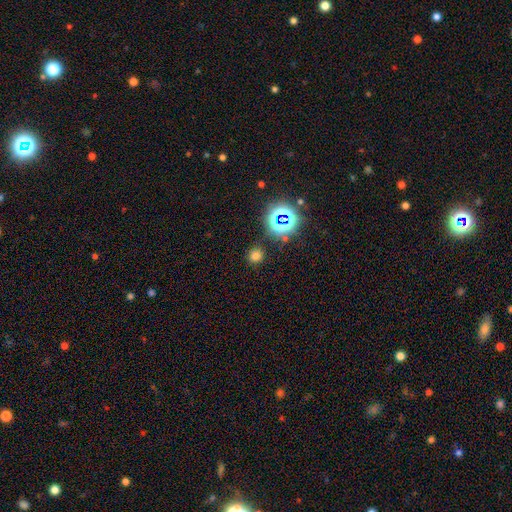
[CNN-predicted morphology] smooth_or_featured: smooth (p=0.68) [alt: star or artifact p=0.27]
how_rounded: round (p=0.87) [alt: in between p=0.12]
merging: none (p=0.85) [alt: minor disturbance p=0.08]